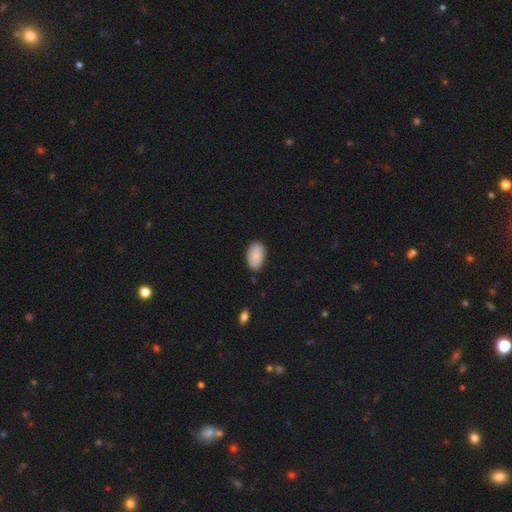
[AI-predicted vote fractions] This appears to be a smooth galaxy with no disk features (85%) that is in between round and cigar-shaped (93%). Merging: none (82%).